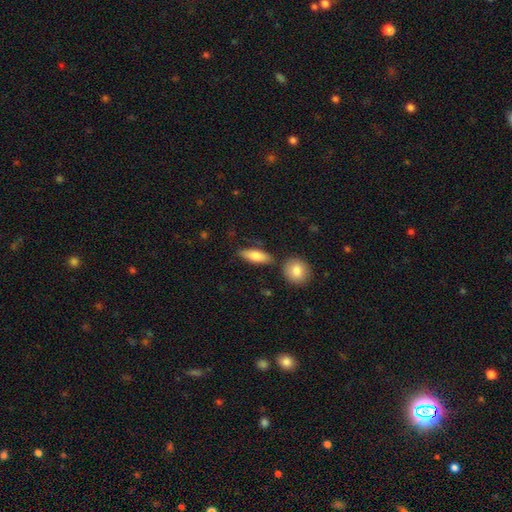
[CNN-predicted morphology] Smooth or featured?
  - smooth: 82% *
  - featured or disk: 12%
  - star or artifact: 6%
How rounded?
  - in between: 73% *
  - cigar-shaped: 23%
  - round: 4%
Merging?
  - none: 74% *
  - minor disturbance: 13%
  - merger: 9%
  - major disturbance: 4%